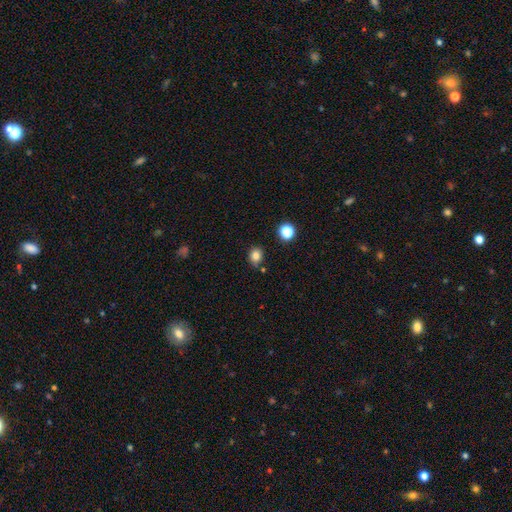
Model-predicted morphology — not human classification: smooth 81%, star or artifact 13%, featured or disk 6%. Down the decision tree: how rounded — round (65%); merging — none (79%).